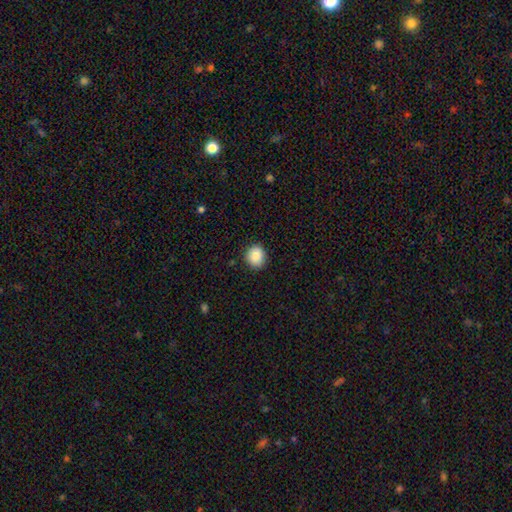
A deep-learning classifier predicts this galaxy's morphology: Overall: smooth (87%). How rounded: round (79%). Merging: none (88%).